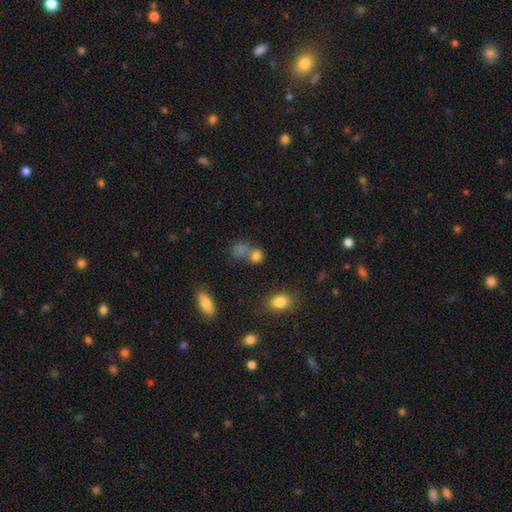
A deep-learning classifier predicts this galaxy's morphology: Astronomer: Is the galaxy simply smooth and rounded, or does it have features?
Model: smooth — 77%.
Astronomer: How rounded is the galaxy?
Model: round — 72%.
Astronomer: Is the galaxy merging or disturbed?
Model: none — 46% (runner-up: merger, 40%).